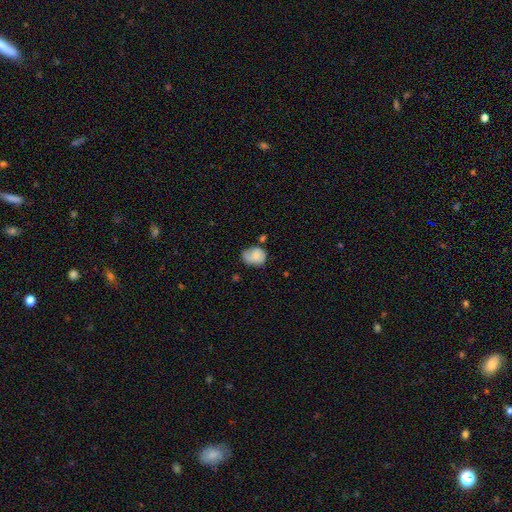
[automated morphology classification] smooth_or_featured: smooth (p=0.70) [alt: featured or disk p=0.22]
how_rounded: in between (p=0.59) [alt: round p=0.40]
merging: none (p=0.43) [alt: minor disturbance p=0.37]